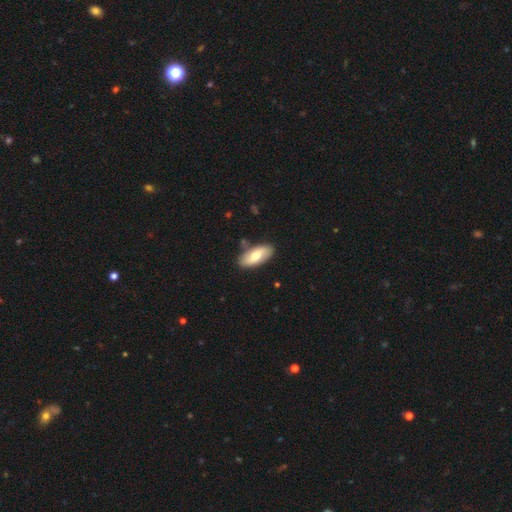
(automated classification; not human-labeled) This is likely a smooth galaxy (62%). How rounded: clearly in between (87%). Merging: clearly none (82%).